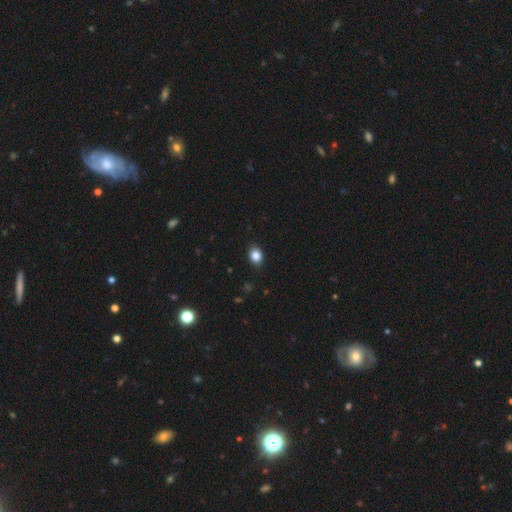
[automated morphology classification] smooth 86%, star or artifact 10%, featured or disk 5%. Down the decision tree: how rounded — in between (54%); merging — none (88%).